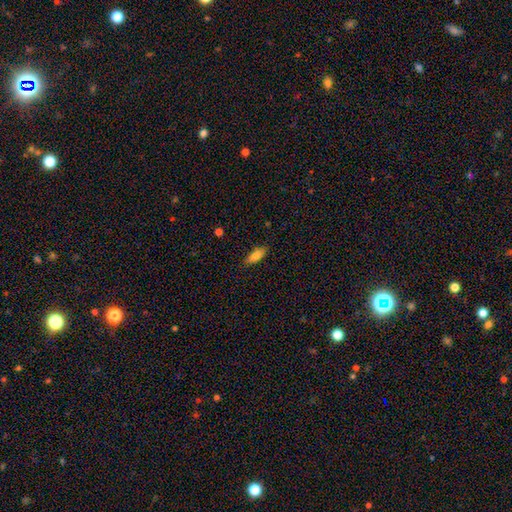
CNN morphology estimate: smooth-or-featured: smooth: 82% | featured or disk: 11% | star or artifact: 8%
  how-rounded: in between: 69% | cigar-shaped: 29% | round: 2%
  merging: none: 85% | minor disturbance: 11% | major disturbance: 2% | merger: 1%